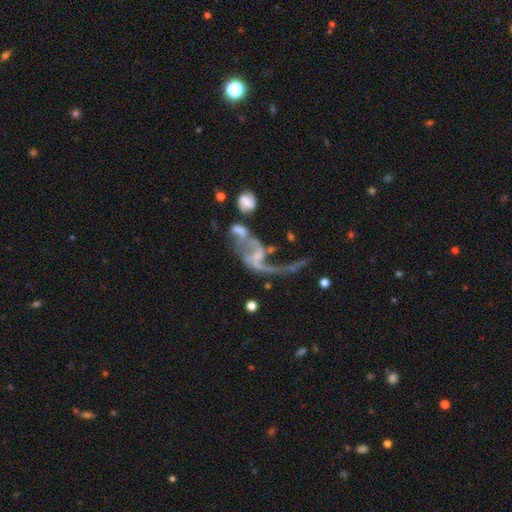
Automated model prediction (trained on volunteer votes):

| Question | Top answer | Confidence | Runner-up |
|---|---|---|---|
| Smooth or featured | featured or disk | 77% | star or artifact (12%) |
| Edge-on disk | no | 96% | yes (4%) |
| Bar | no | 58% | weak (30%) |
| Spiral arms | yes | 70% | no (30%) |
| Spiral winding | loose | 88% | medium (9%) |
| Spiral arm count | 2 | 64% | 1 (24%) |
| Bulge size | none | 47% | small (39%) |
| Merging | major disturbance | 35% | merger (34%) |